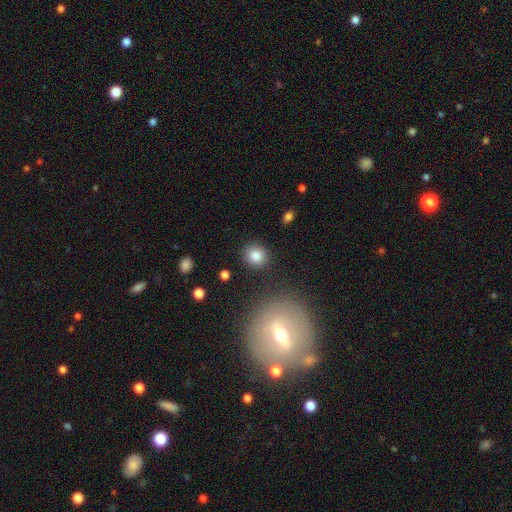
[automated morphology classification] type=smooth (85%); roundness=round (86%); merging=none (88%).